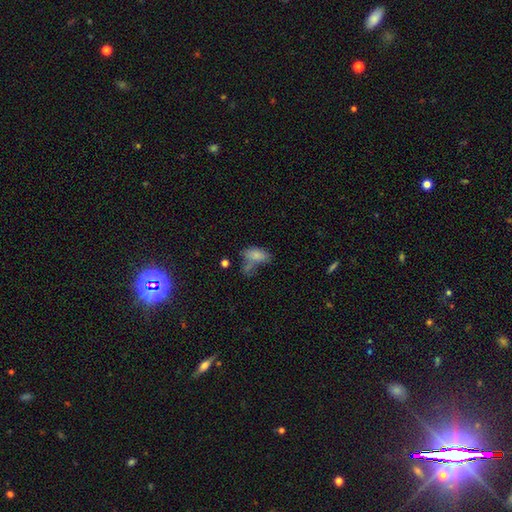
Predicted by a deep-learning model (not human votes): smooth 76%, featured or disk 14%, star or artifact 10%. Down the decision tree: how rounded — in between (88%); merging — none (33%).